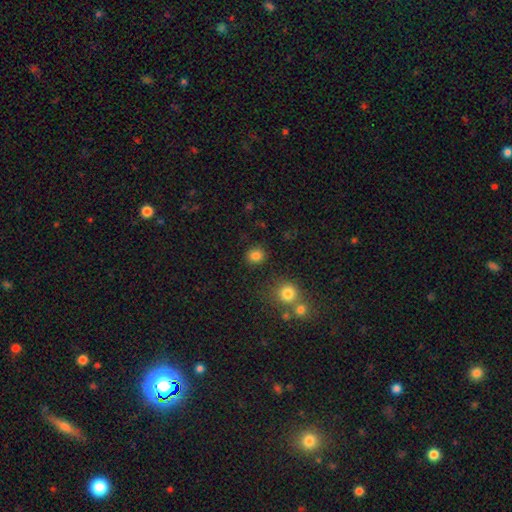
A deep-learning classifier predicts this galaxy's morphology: This appears to be a smooth galaxy with no disk features (83%) that is round (82%). Merging: none (86%).